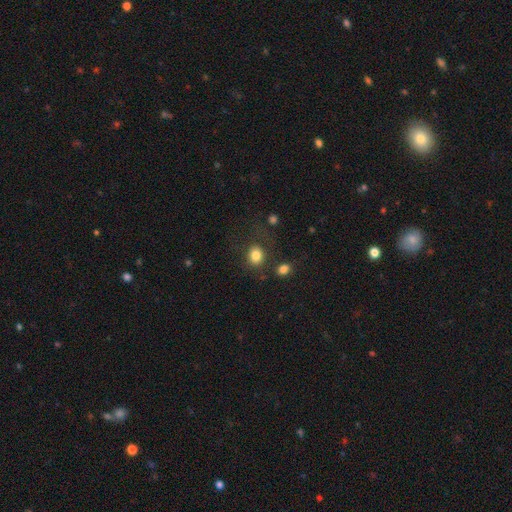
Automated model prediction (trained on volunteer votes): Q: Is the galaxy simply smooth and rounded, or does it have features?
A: smooth — 82%.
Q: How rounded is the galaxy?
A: round — 64%.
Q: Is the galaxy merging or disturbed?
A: none — 72%.